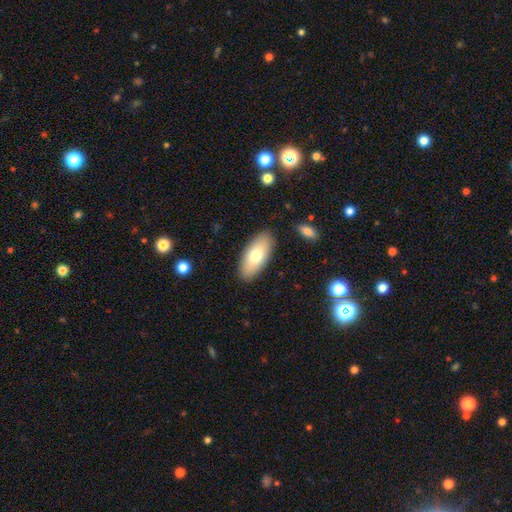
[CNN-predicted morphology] A smooth galaxy with no disk features (72%) that is in between round and cigar-shaped (88%). Merging: none (87%).